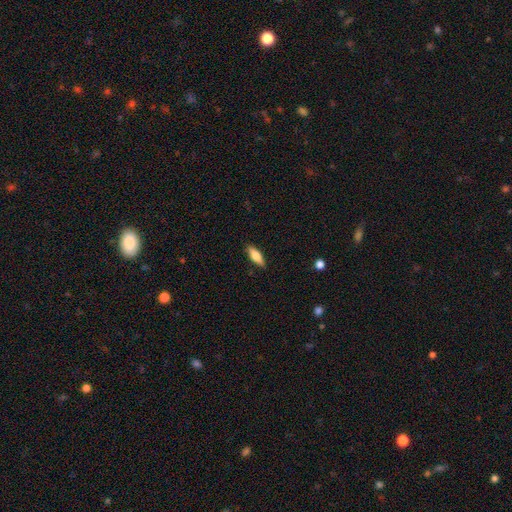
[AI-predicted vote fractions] This appears to be a smooth galaxy with no disk features (73%) that is in between round and cigar-shaped (60%). Merging: none (87%).